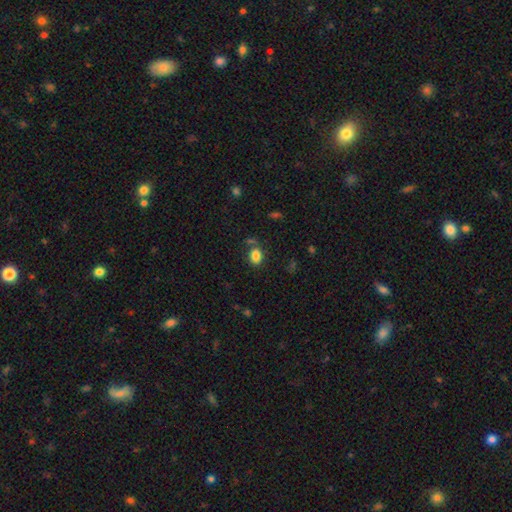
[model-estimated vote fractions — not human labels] The model was most divided on "how rounded": in between: 73%, round: 25%, cigar-shaped: 1%. More confident: smooth or featured — smooth (84%); merging — none (71%).